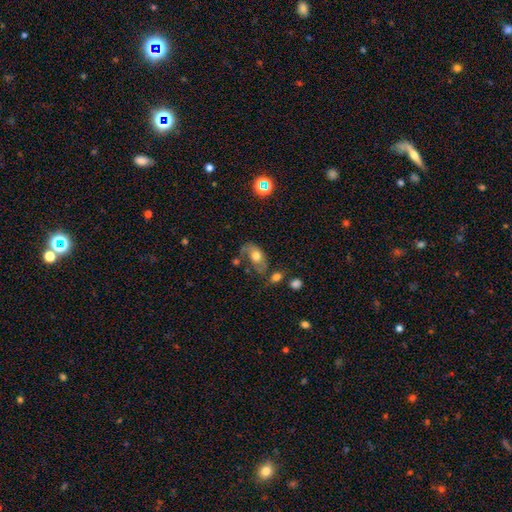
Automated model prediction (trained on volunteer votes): Smooth or featured? smooth (57%)
How rounded? in between (85%)
Merging? none (41%)